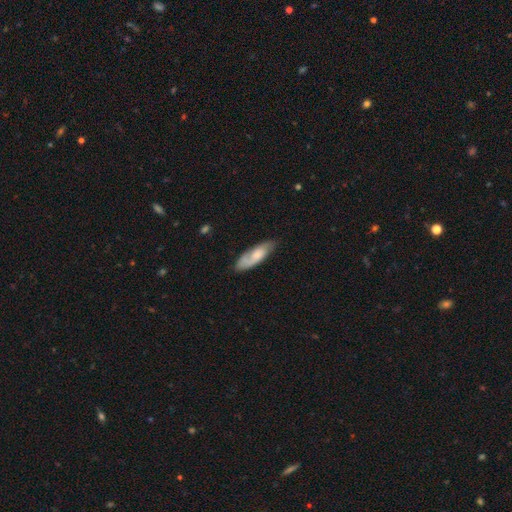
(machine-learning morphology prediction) Smooth or featured: smooth — 54% (featured or disk — 40%)
How rounded: in between — 61% (cigar-shaped — 37%)
Merging: none — 70% (minor disturbance — 22%)